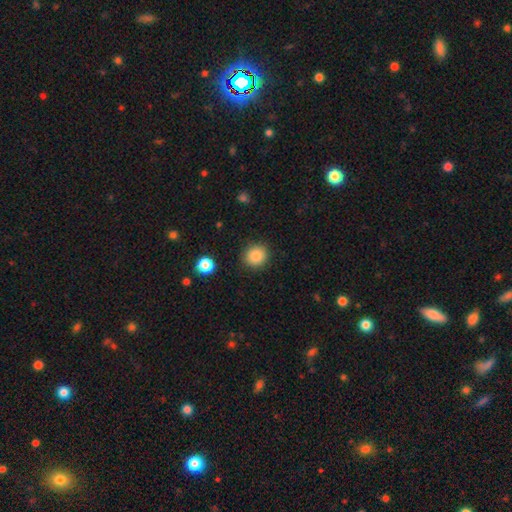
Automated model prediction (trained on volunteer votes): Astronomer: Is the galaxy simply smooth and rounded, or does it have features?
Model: smooth — 86%.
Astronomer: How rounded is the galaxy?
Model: round — 86%.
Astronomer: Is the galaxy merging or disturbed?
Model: none — 89%.